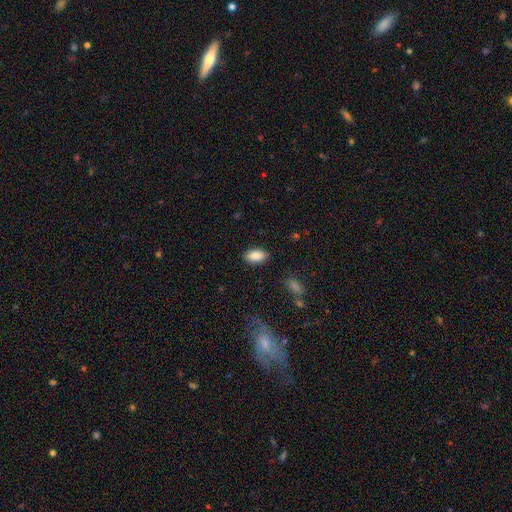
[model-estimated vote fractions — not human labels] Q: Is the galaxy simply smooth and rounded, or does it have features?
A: smooth — 88%.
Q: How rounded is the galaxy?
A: in between — 93%.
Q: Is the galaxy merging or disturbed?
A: none — 87%.